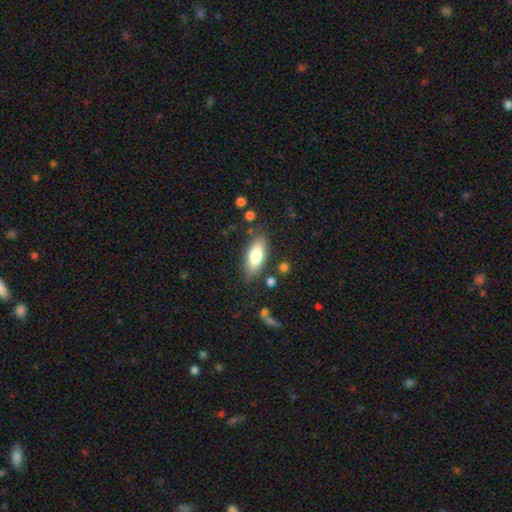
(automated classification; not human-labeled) This is likely a smooth galaxy (75%). How rounded: clearly in between (82%). Merging: clearly none (81%).